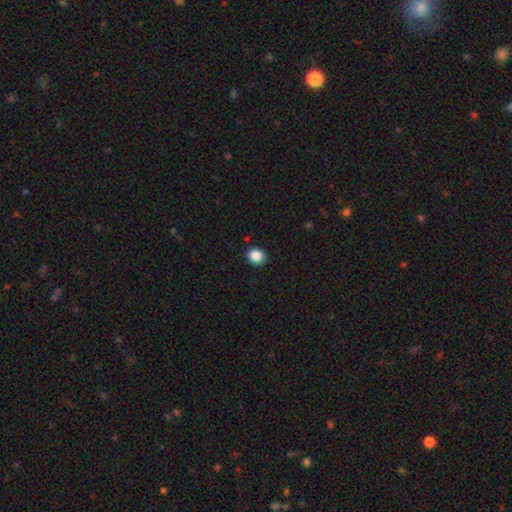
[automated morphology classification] Smooth or featured?
  - smooth: 87% *
  - star or artifact: 10%
  - featured or disk: 3%
How rounded?
  - round: 81% *
  - in between: 18%
  - cigar-shaped: 1%
Merging?
  - none: 90% *
  - minor disturbance: 7%
  - major disturbance: 2%
  - merger: 1%